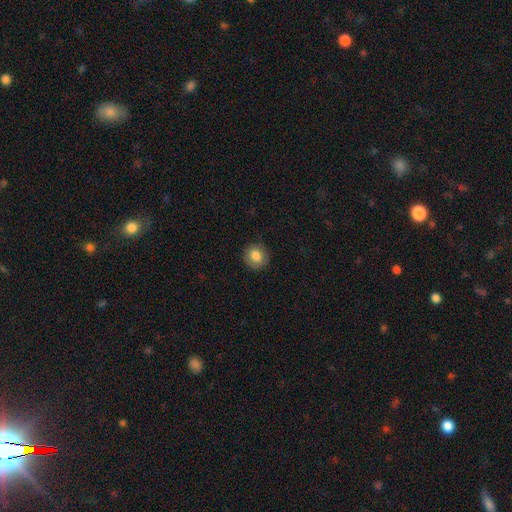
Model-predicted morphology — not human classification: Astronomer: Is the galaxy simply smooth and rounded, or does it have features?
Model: smooth — 82%.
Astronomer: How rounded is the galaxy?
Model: round — 86%.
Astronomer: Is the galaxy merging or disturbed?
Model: none — 89%.